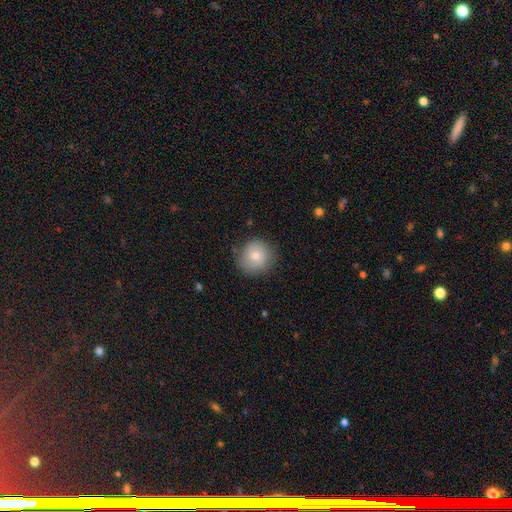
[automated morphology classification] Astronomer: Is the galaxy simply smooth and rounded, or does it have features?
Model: smooth — 78%.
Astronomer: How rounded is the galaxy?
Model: round — 90%.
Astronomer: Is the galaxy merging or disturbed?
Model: none — 80%.